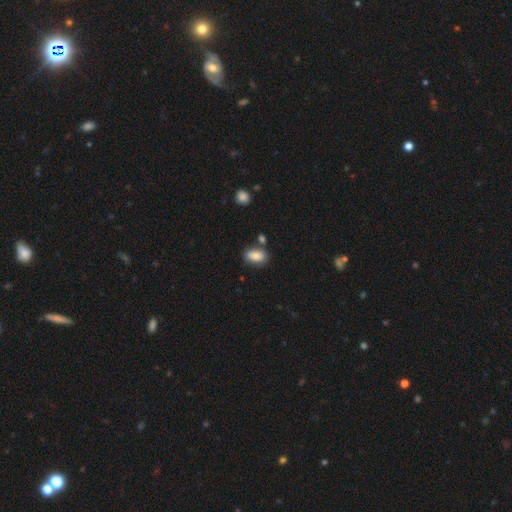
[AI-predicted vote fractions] Smooth or featured: smooth — 84% (featured or disk — 8%)
How rounded: in between — 90% (round — 8%)
Merging: none — 70% (minor disturbance — 16%)